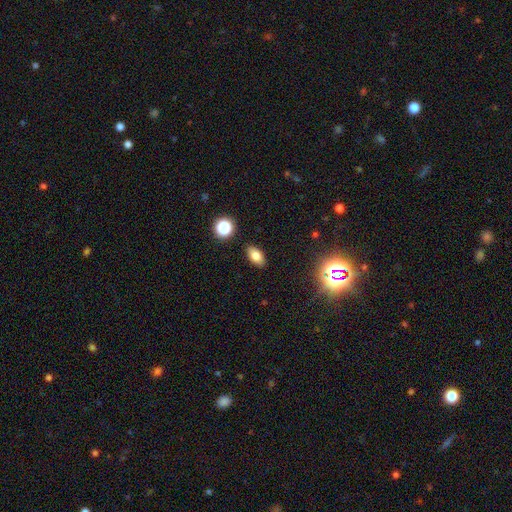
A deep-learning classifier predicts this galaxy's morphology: smooth-or-featured: smooth: 77% | star or artifact: 13% | featured or disk: 10%
  how-rounded: in between: 88% | round: 8% | cigar-shaped: 4%
  merging: none: 87% | minor disturbance: 9% | major disturbance: 2% | merger: 2%